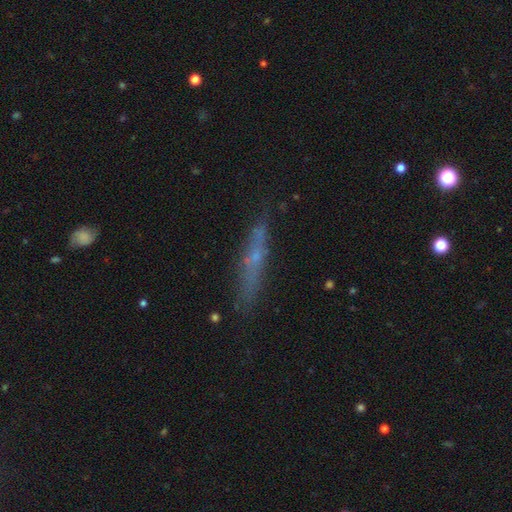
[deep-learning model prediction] This appears to be a smooth galaxy with no disk features (44%). Merging: none (75%).